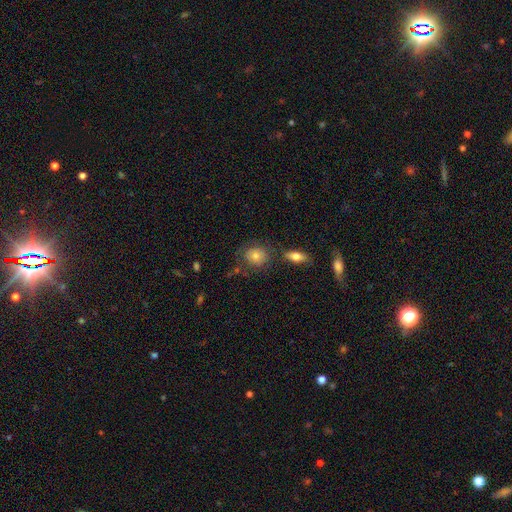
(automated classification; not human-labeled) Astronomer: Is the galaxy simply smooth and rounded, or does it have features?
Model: smooth — 71%.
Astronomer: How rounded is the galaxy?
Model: round — 71%.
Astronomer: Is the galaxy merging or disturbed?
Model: none — 70%.